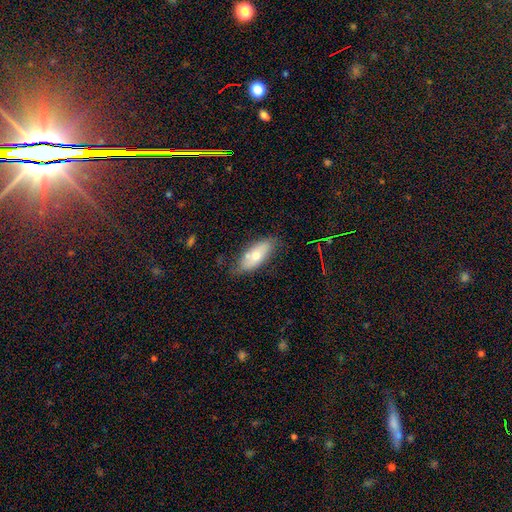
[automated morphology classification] Smooth or featured: smooth — 60% (featured or disk — 33%)
How rounded: in between — 83% (cigar-shaped — 14%)
Merging: none — 68% (minor disturbance — 22%)